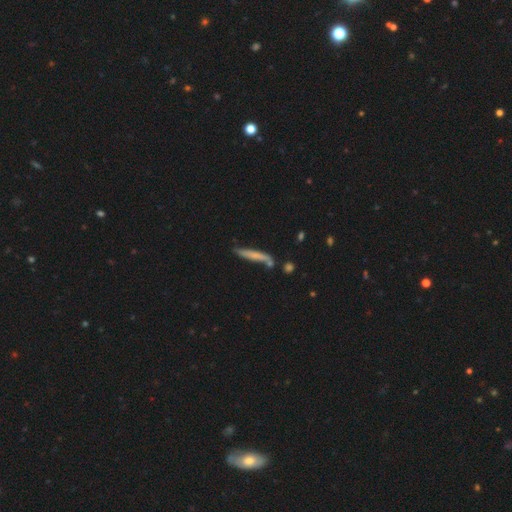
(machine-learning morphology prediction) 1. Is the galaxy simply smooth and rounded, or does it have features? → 62% smooth, 31% featured or disk, 7% star or artifact.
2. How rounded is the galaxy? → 93% cigar-shaped, 5% in between, 2% round.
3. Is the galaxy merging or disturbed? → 67% none, 18% minor disturbance, 10% merger, 5% major disturbance.